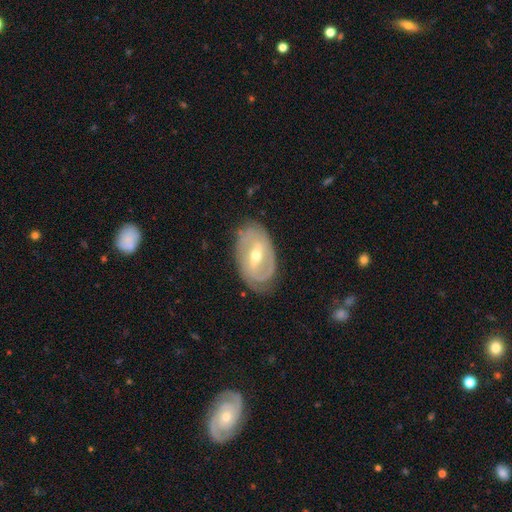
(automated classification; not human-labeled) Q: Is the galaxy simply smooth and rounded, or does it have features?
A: featured or disk — 78%.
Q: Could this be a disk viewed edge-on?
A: no — 93%.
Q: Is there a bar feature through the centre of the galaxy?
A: weak — 44%.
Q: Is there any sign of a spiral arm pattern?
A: yes — 77%.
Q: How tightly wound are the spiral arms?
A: tight — 56%.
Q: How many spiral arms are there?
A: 2 — 54%.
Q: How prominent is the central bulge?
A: moderate — 61%.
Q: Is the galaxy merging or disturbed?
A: none — 76%.